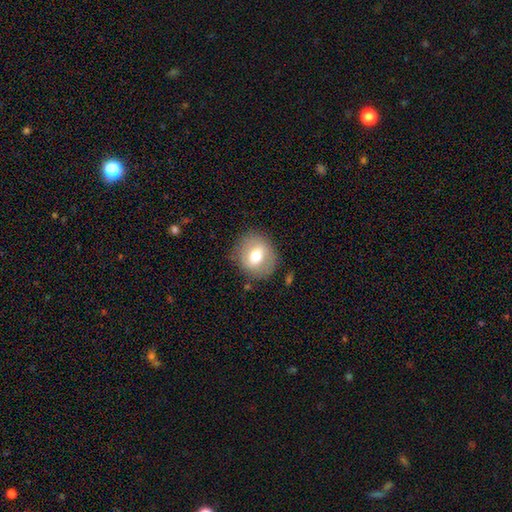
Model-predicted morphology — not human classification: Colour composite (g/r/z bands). It shows a smooth galaxy with no disk features (61%) that is round (78%). Merging: none (82%).